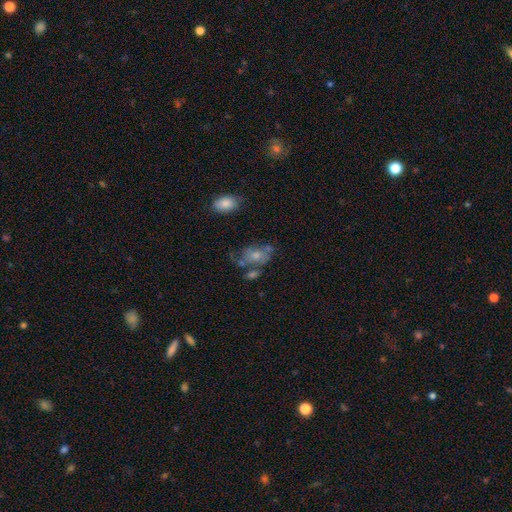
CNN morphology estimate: Overall: smooth (49%; featured or disk 40%). Merging: none (34%; merger 25%).